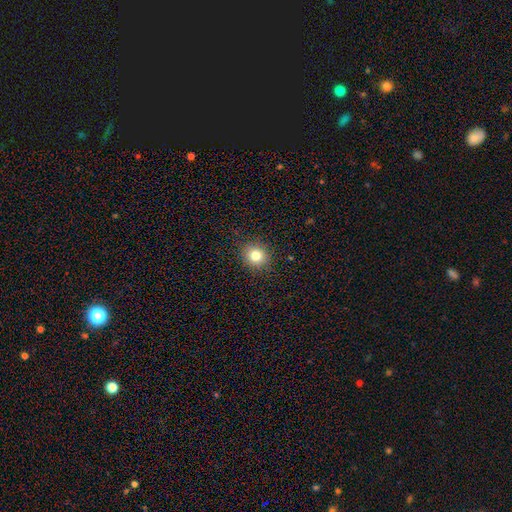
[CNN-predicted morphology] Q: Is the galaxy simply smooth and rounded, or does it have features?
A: smooth — 81%.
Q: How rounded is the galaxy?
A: round — 82%.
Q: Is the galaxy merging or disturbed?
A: none — 90%.